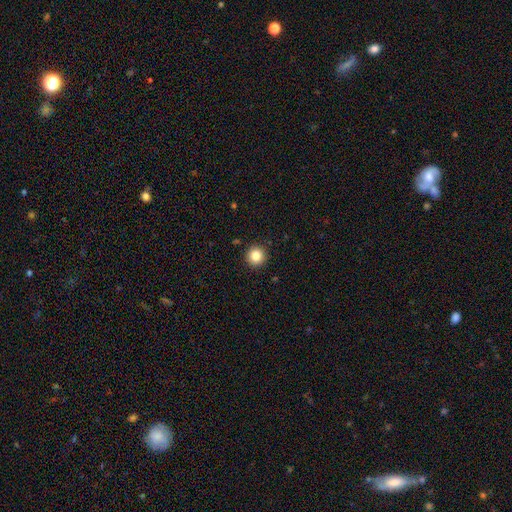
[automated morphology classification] This is clearly a smooth galaxy (84%). How rounded: clearly round (95%). Merging: clearly none (92%).